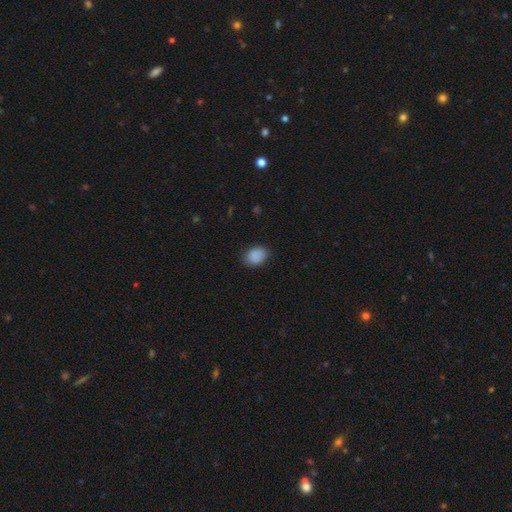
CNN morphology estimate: type=smooth (88%); roundness=in between (64%); merging=none (83%).